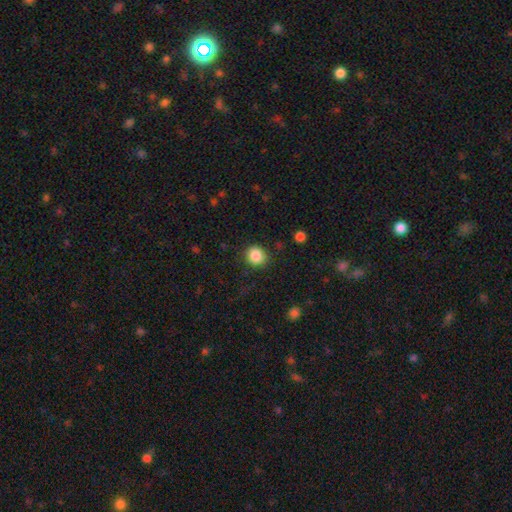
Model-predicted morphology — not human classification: Smooth or featured?
  - smooth: 87% *
  - star or artifact: 10%
  - featured or disk: 4%
How rounded?
  - round: 81% *
  - in between: 18%
  - cigar-shaped: 1%
Merging?
  - none: 85% *
  - minor disturbance: 10%
  - major disturbance: 4%
  - merger: 1%